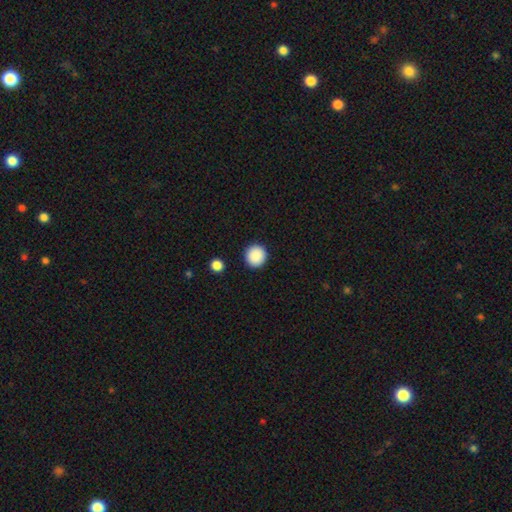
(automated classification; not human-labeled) The model was most divided on "smooth or featured": smooth: 89%, star or artifact: 8%, featured or disk: 3%. More confident: how rounded — round (95%); merging — none (92%).